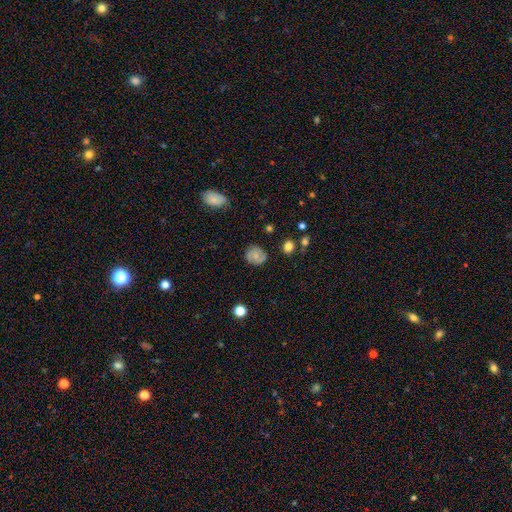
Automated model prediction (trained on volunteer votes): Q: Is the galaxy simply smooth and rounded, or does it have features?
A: smooth — 64%.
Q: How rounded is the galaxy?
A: round — 80%.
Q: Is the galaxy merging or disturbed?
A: none — 76%.